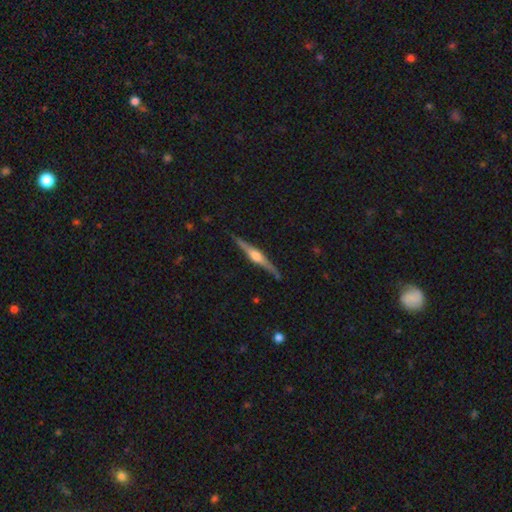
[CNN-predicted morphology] This is clearly a featured or disk galaxy (82%). It is clearly viewed edge-on (98%). Edge-on bulge: clearly rounded (89%). Merging: clearly none (89%).